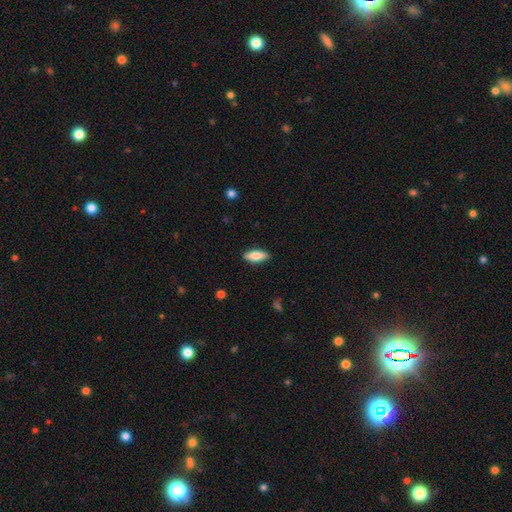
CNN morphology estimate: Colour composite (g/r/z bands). It shows a smooth galaxy with no disk features (82%) that is in between round and cigar-shaped (73%). Merging: none (88%).